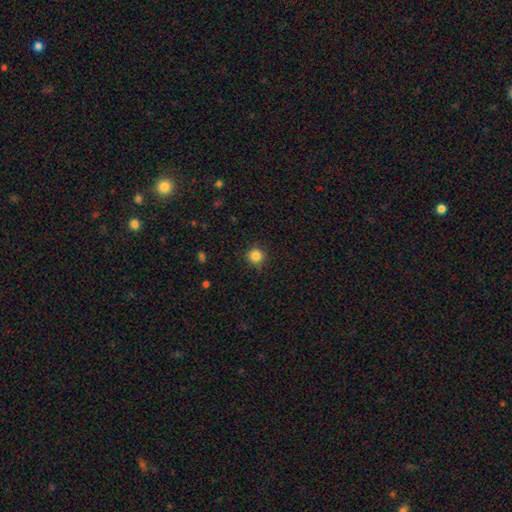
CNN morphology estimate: smooth 85%, star or artifact 11%, featured or disk 4%. Down the decision tree: how rounded — round (95%); merging — none (89%).